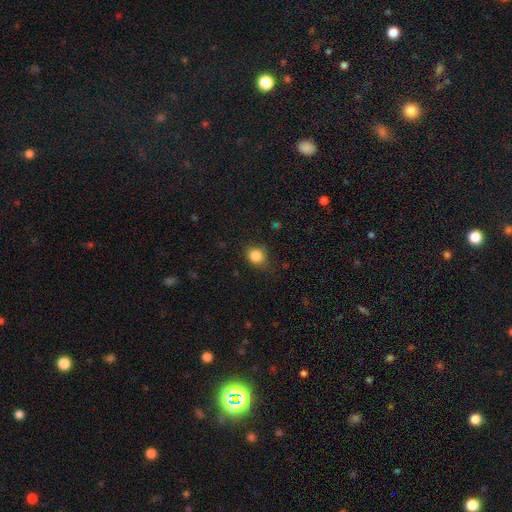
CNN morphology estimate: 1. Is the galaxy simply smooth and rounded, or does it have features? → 84% smooth, 11% star or artifact, 5% featured or disk.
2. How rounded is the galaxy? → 74% round, 25% in between, 1% cigar-shaped.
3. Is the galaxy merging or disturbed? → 75% none, 19% minor disturbance, 5% major disturbance, 1% merger.